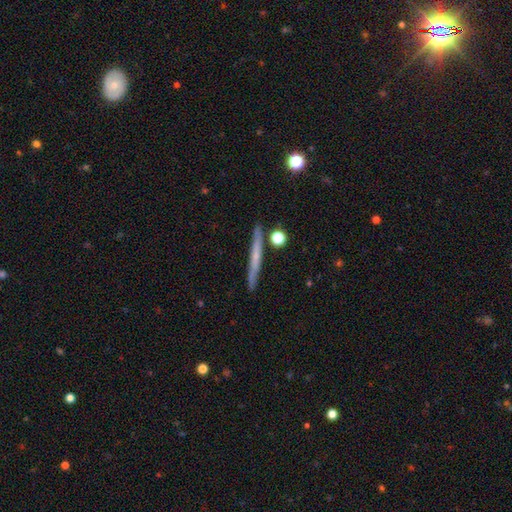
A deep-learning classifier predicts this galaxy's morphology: smooth-or-featured: featured or disk: 49% | smooth: 44% | star or artifact: 7%
  merging: none: 88% | minor disturbance: 8% | merger: 3% | major disturbance: 2%